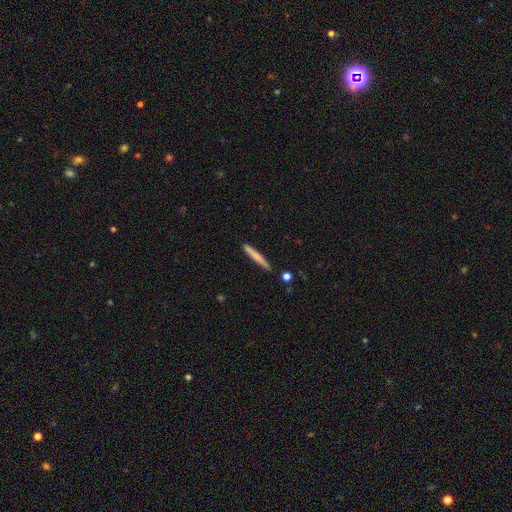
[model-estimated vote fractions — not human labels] Morphology: type=smooth (68%); roundness=cigar-shaped (96%); merging=none (87%).